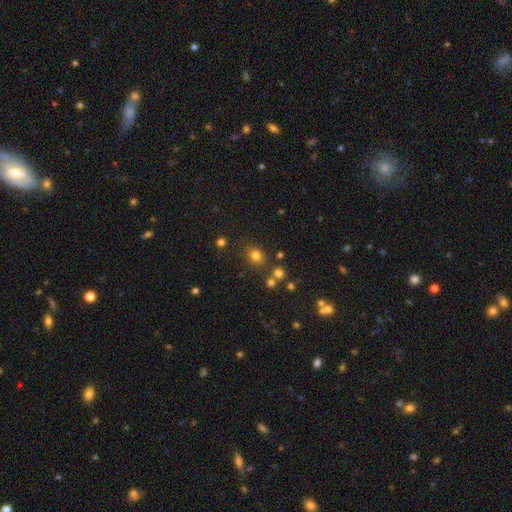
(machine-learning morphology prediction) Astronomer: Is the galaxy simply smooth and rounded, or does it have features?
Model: smooth — 76%.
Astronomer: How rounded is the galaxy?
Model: round — 67%.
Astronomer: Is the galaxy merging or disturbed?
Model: none — 78%.